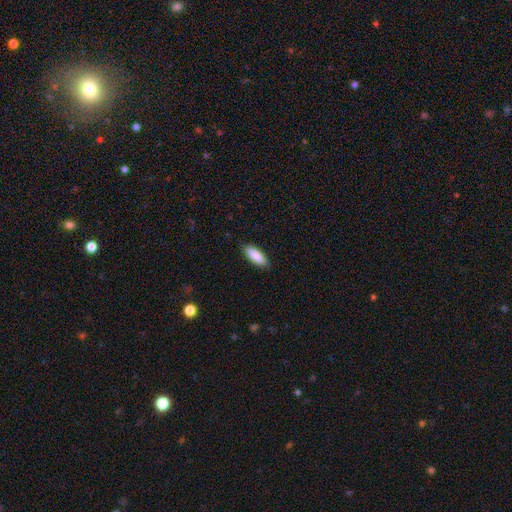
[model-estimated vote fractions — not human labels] Smooth or featured? smooth (89%)
How rounded? in between (68%)
Merging? none (87%)